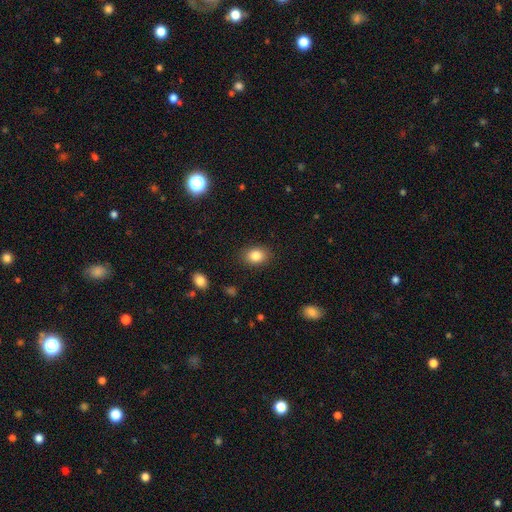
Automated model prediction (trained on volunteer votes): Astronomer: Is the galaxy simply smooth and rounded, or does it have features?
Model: smooth — 84%.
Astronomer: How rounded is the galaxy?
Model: in between — 63%.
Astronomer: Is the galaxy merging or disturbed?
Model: none — 87%.